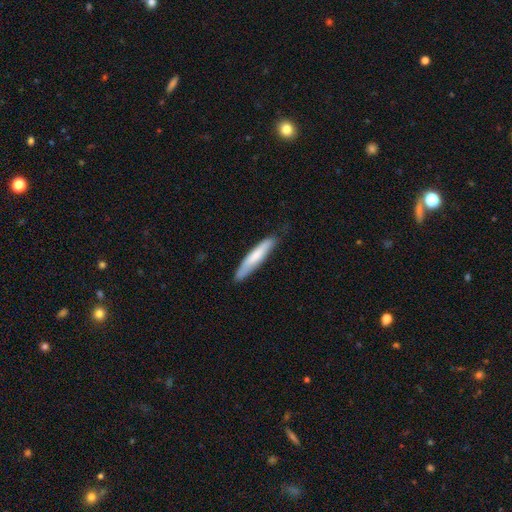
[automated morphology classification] This is likely a smooth galaxy (71%). How rounded: clearly cigar-shaped (89%). Merging: likely none (78%).